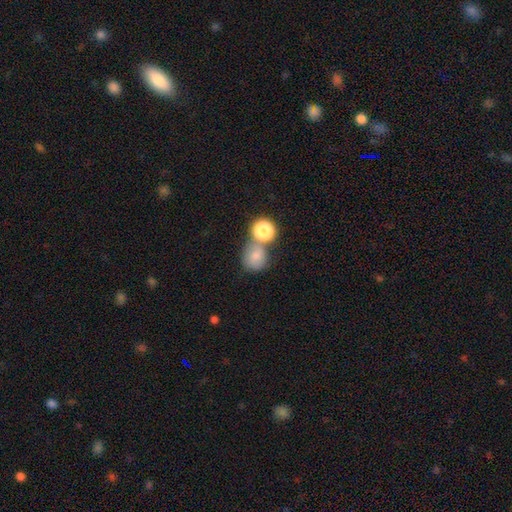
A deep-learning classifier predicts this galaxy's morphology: type=smooth (77%); roundness=round (77%); merging=none (45%).